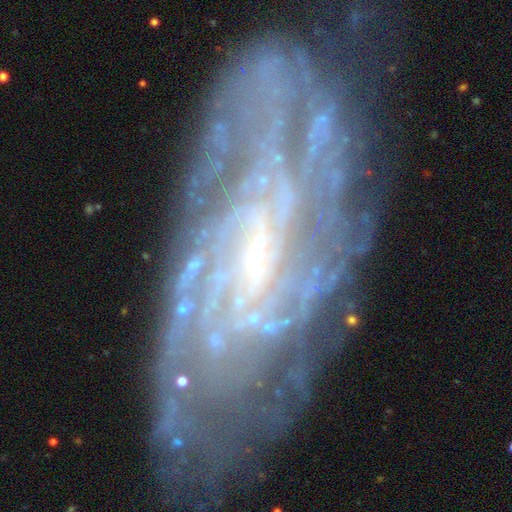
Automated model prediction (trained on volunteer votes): Q: Smooth or featured?
A: featured or disk (84%); runner-up: star or artifact (8%)
Q: Edge-on disk?
A: no (92%); runner-up: yes (8%)
Q: Bar?
A: weak (46%); runner-up: no (36%)
Q: Spiral arms?
A: yes (93%); runner-up: no (7%)
Q: Spiral winding?
A: tight (66%); runner-up: medium (27%)
Q: Spiral arm count?
A: can't tell (43%); runner-up: 4 (15%)
Q: Bulge size?
A: small (68%); runner-up: moderate (19%)
Q: Merging?
A: none (76%); runner-up: minor disturbance (16%)